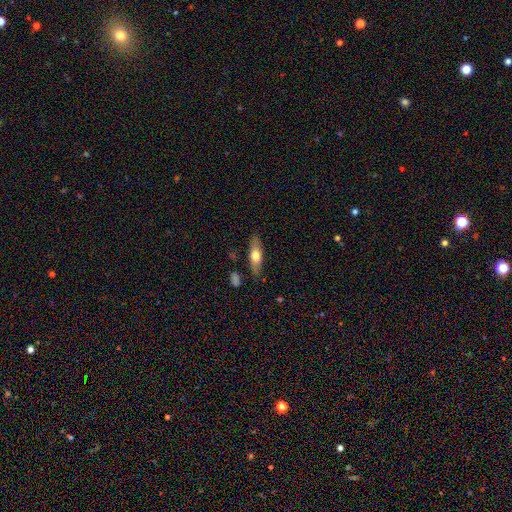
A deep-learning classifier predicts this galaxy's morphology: This appears to be a smooth galaxy with no disk features (59%) that is cigar-shaped (51%). Merging: none (81%).